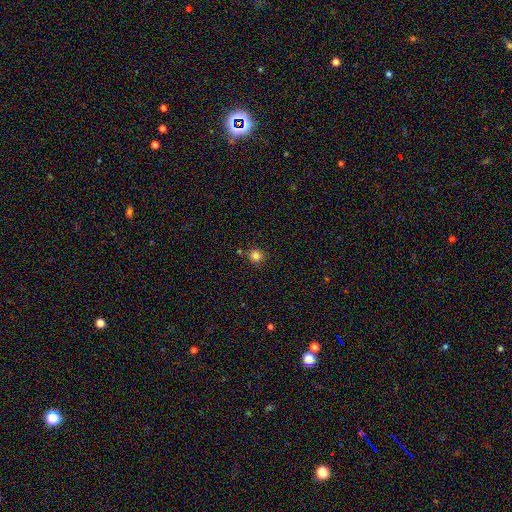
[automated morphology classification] This is clearly a smooth galaxy (82%). How rounded: clearly round (92%). Merging: clearly none (83%).